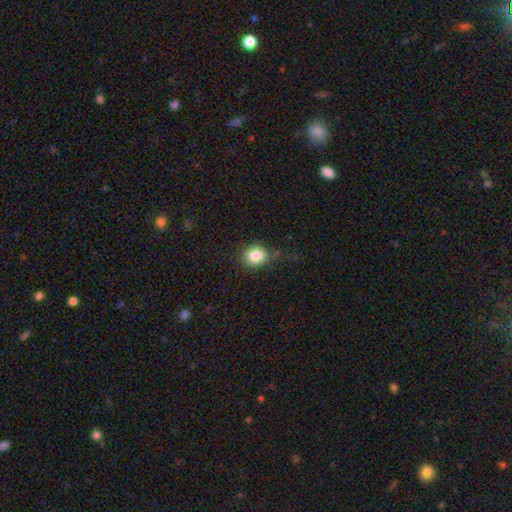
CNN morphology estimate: Q: Smooth or featured?
A: smooth (83%); runner-up: star or artifact (10%)
Q: How rounded?
A: round (68%); runner-up: in between (31%)
Q: Merging?
A: none (74%); runner-up: minor disturbance (17%)